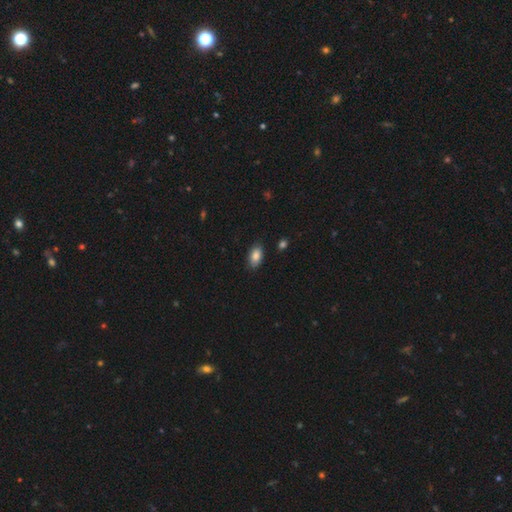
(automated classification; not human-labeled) Q: Smooth or featured?
A: smooth (85%); runner-up: star or artifact (8%)
Q: How rounded?
A: in between (92%); runner-up: round (5%)
Q: Merging?
A: none (85%); runner-up: minor disturbance (11%)